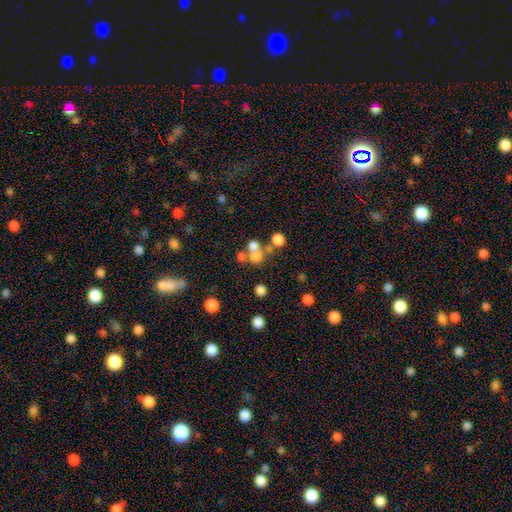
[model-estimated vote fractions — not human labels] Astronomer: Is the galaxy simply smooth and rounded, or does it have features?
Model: smooth — 63%.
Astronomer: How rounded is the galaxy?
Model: round — 84%.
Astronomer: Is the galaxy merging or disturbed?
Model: none — 44% (runner-up: merger, 43%).